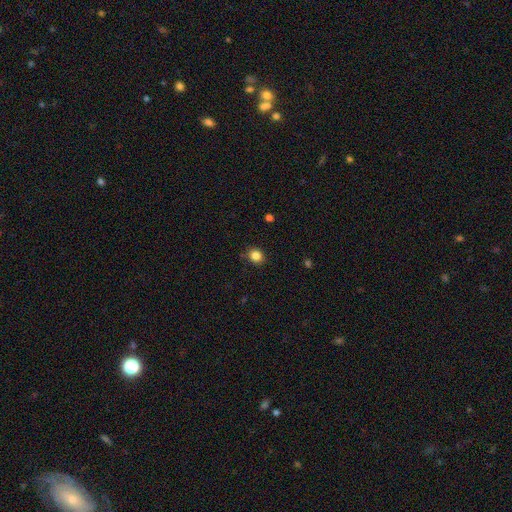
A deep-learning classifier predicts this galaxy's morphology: A smooth galaxy with no disk features (84%) that is round (71%). Merging: none (85%).